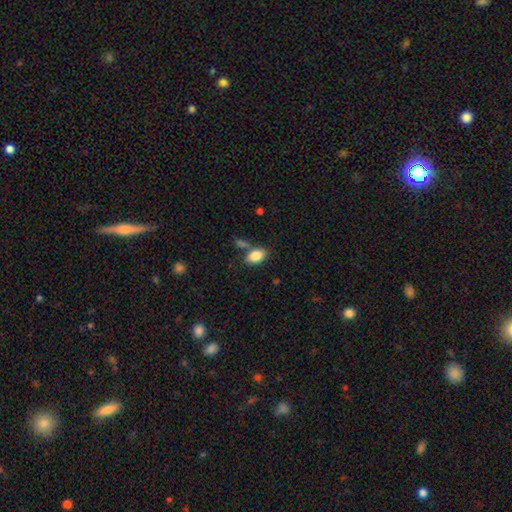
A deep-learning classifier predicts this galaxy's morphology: This is clearly a smooth galaxy (85%). How rounded: clearly in between (90%). Merging: likely none (65%).